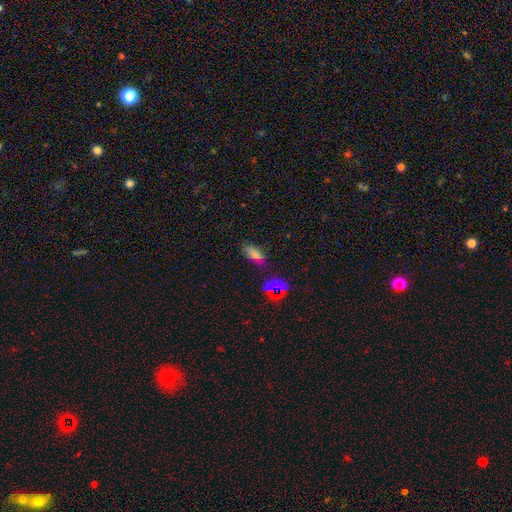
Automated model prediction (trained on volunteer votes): smooth_or_featured: smooth (p=0.71) [alt: star or artifact p=0.21]
how_rounded: in between (p=0.85) [alt: cigar-shaped p=0.10]
merging: none (p=0.75) [alt: minor disturbance p=0.16]